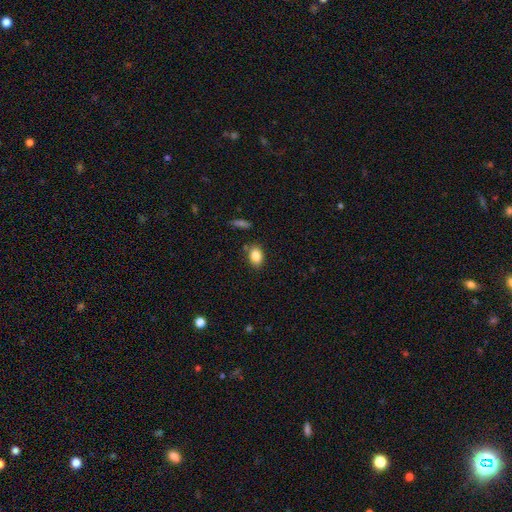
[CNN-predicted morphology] A smooth galaxy with no disk features (85%) that is in between round and cigar-shaped (79%). Merging: none (80%).